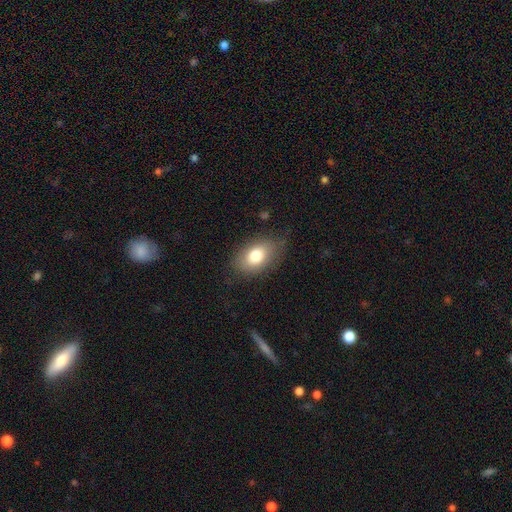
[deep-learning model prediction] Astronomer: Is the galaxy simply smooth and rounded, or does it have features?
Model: smooth — 77%.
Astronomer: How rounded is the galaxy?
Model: in between — 86%.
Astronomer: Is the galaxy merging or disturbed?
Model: none — 77%.